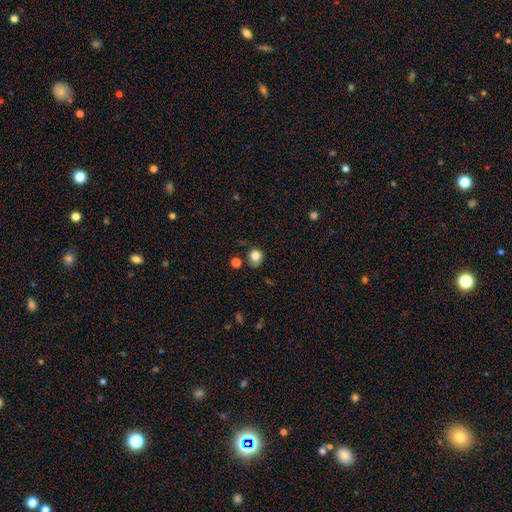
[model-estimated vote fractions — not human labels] This appears to be a smooth galaxy with no disk features (82%) that is round (77%). Merging: none (61%).